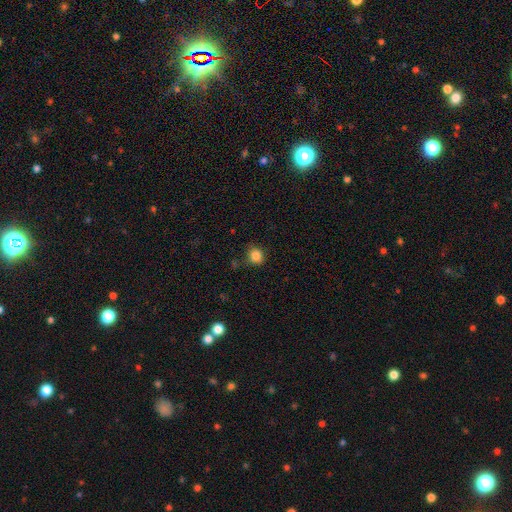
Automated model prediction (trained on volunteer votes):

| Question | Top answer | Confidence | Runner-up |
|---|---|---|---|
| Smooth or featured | smooth | 84% | star or artifact (11%) |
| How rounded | round | 82% | in between (17%) |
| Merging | none | 80% | minor disturbance (14%) |